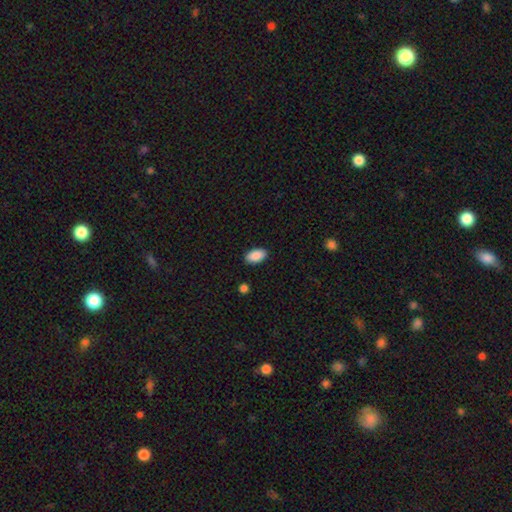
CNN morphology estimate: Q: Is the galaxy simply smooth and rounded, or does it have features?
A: smooth — 90%.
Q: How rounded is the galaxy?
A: in between — 94%.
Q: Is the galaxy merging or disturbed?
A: none — 89%.